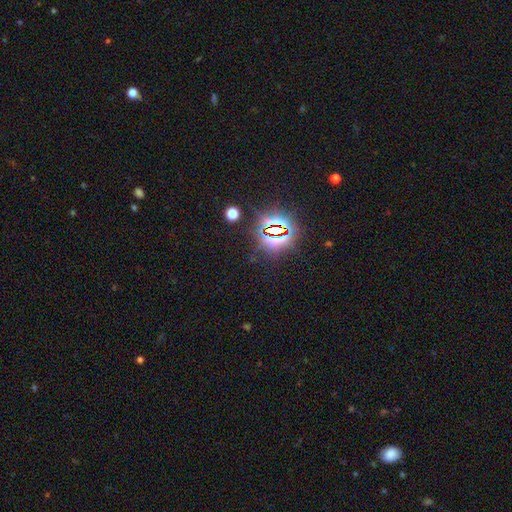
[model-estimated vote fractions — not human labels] Smooth or featured: star or artifact — 81% (smooth — 11%)